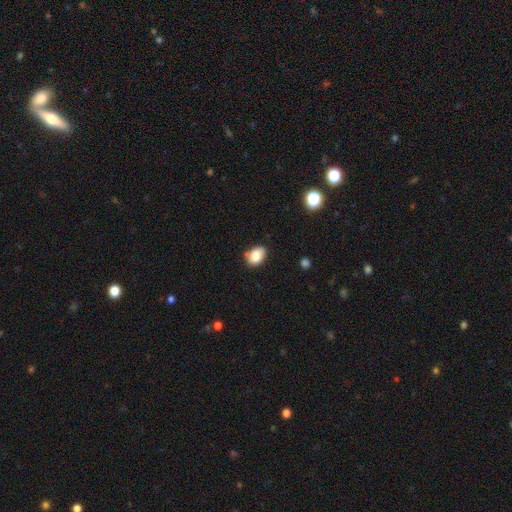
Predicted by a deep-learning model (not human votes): The model was most divided on "merging": none: 67%, minor disturbance: 24%, merger: 5%, major disturbance: 4%. More confident: smooth or featured — smooth (83%); how rounded — in between (74%).